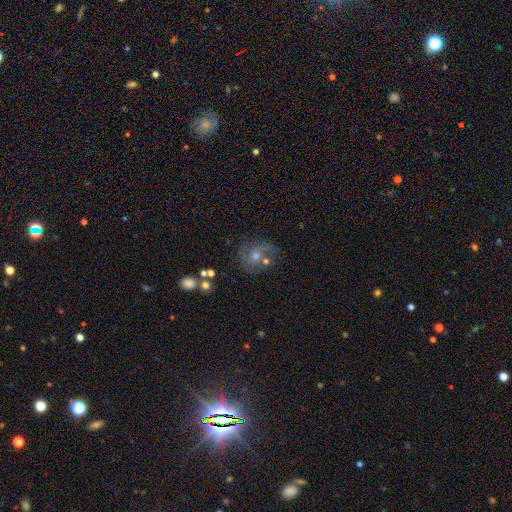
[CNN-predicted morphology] featured or disk 56%, smooth 27%, star or artifact 18%. Down the decision tree: edge-on disk — no (97%); bar — no (69%); spiral arms — yes (77%); bulge size — moderate (56%); merging — none (55%).